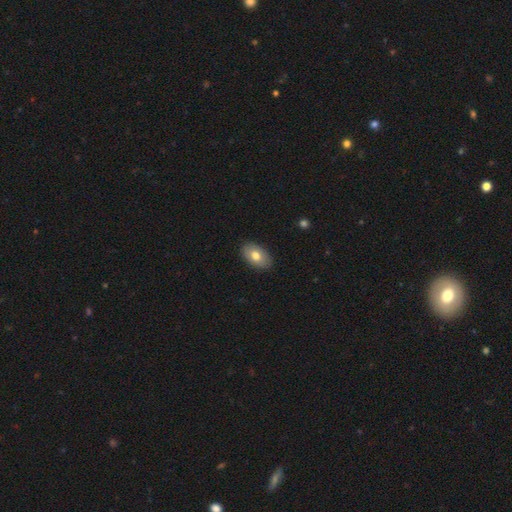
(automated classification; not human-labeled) Smooth or featured? Predicted: smooth (p=0.74). How rounded? Predicted: in between (p=0.92). Merging? Predicted: none (p=0.88).